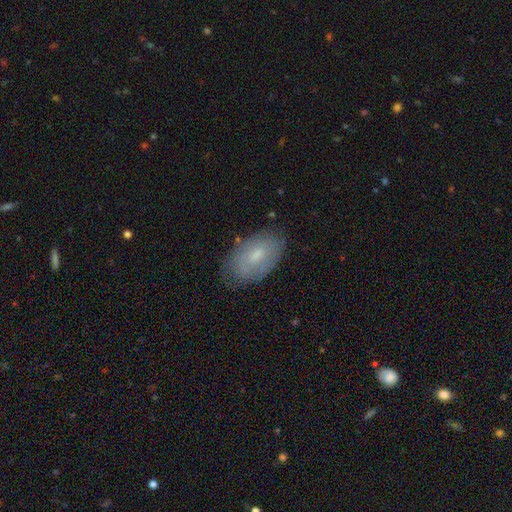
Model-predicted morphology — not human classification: Overall: smooth (58%; featured or disk 34%). How rounded: in between (93%). Merging: none (70%).